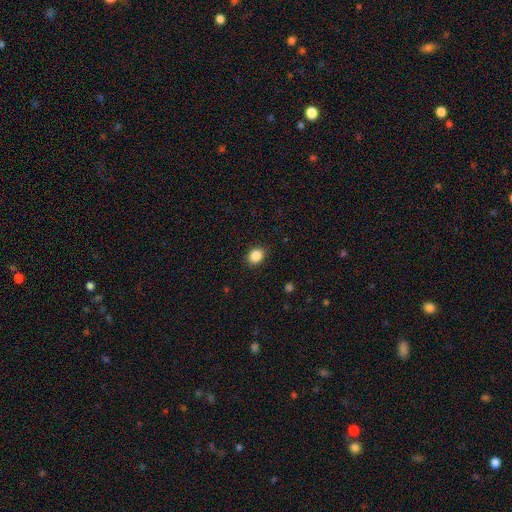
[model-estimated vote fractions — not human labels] Smooth or featured? Predicted: smooth (p=0.87). How rounded? Predicted: round (p=0.52). Merging? Predicted: none (p=0.89).